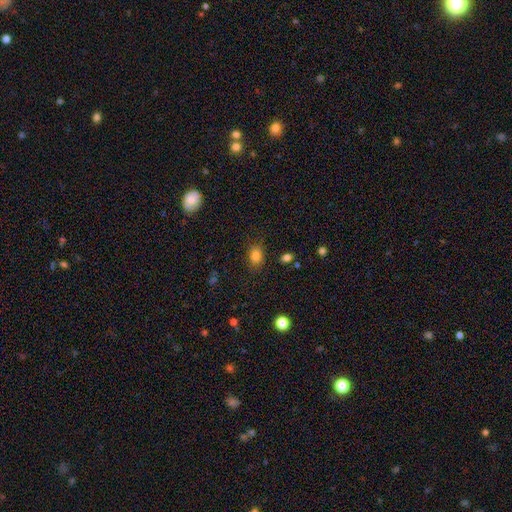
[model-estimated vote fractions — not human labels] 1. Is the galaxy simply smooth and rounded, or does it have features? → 81% smooth, 12% star or artifact, 7% featured or disk.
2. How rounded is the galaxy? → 66% in between, 33% round, 1% cigar-shaped.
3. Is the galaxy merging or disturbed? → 84% none, 12% minor disturbance, 3% major disturbance, 1% merger.